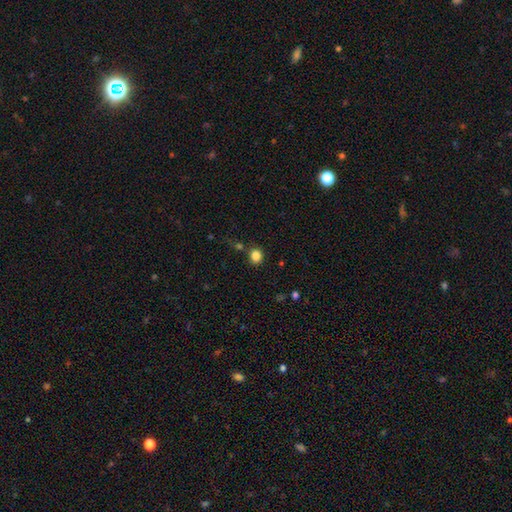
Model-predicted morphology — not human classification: smooth-or-featured: smooth: 84% | star or artifact: 11% | featured or disk: 4%
  how-rounded: round: 77% | in between: 22% | cigar-shaped: 1%
  merging: none: 80% | minor disturbance: 10% | merger: 7% | major disturbance: 3%